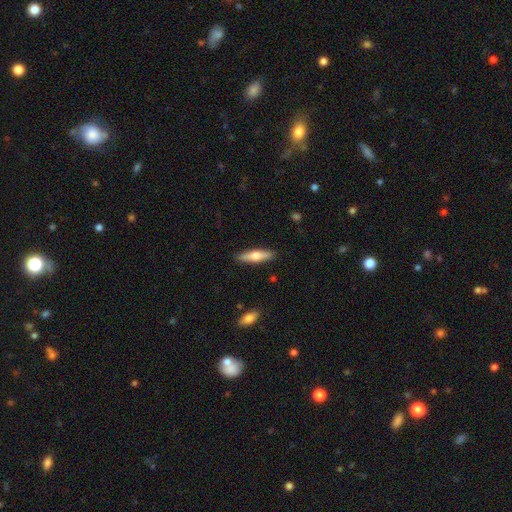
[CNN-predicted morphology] type=smooth (58%); roundness=cigar-shaped (73%); merging=none (89%).